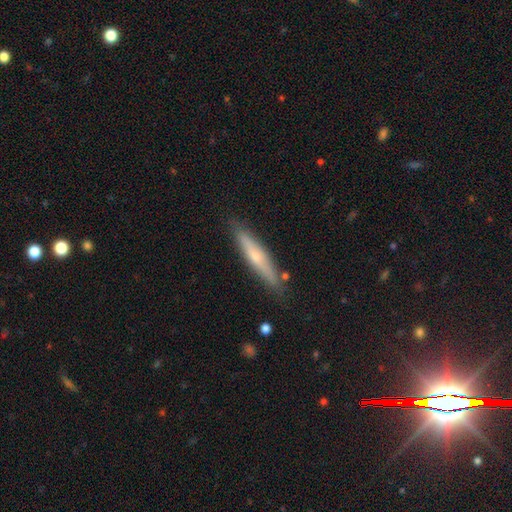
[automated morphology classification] Smooth or featured?
  - featured or disk: 50% *
  - smooth: 43%
  - star or artifact: 7%
Merging?
  - none: 84% *
  - minor disturbance: 11%
  - major disturbance: 2%
  - merger: 2%